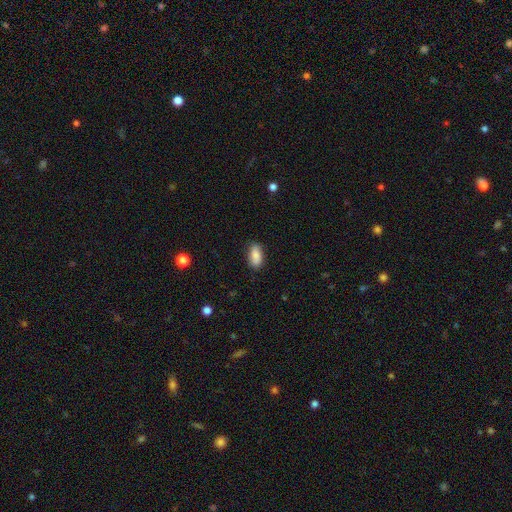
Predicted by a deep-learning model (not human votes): smooth_or_featured: smooth (p=0.86) [alt: featured or disk p=0.07]
how_rounded: in between (p=0.90) [alt: cigar-shaped p=0.07]
merging: none (p=0.85) [alt: minor disturbance p=0.12]